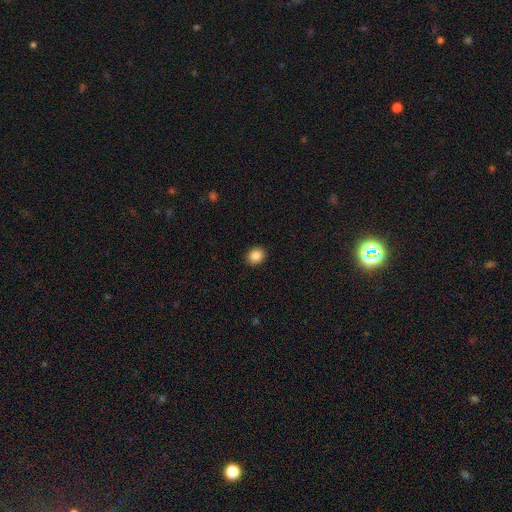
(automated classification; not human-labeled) The model was most divided on "how rounded": round: 67%, in between: 33%, cigar-shaped: 1%. More confident: merging — none (91%); smooth or featured — smooth (87%).